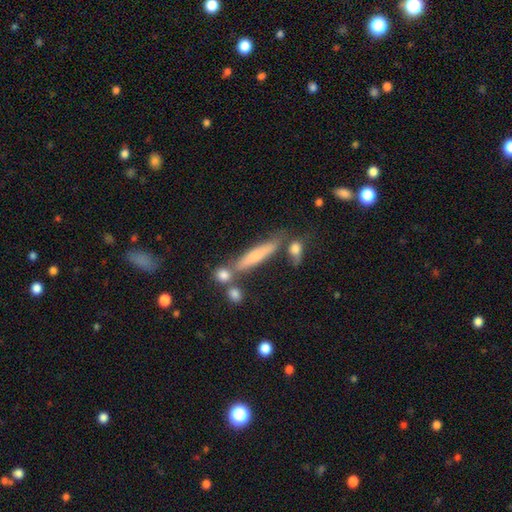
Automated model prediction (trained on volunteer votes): Smooth or featured: smooth — 59% (featured or disk — 31%)
How rounded: cigar-shaped — 86% (in between — 11%)
Merging: none — 66% (minor disturbance — 15%)